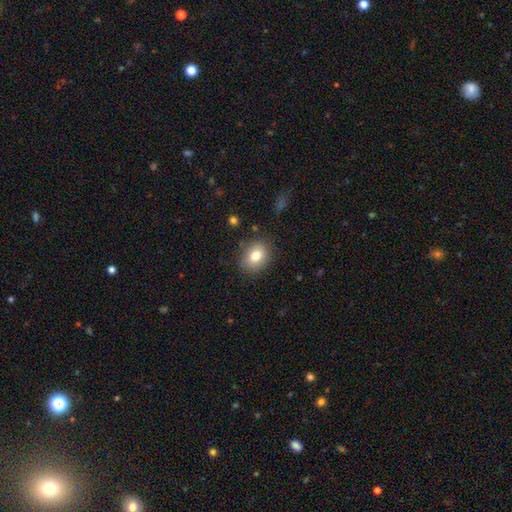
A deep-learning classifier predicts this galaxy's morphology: smooth-or-featured: smooth: 80% | featured or disk: 10% | star or artifact: 10%
  how-rounded: in between: 53% | round: 46% | cigar-shaped: 1%
  merging: none: 83% | minor disturbance: 12% | major disturbance: 3% | merger: 2%